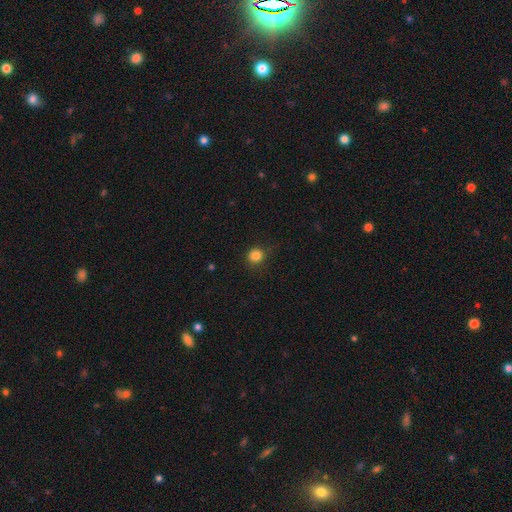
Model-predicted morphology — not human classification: Overall: smooth (84%). How rounded: round (90%). Merging: none (83%).